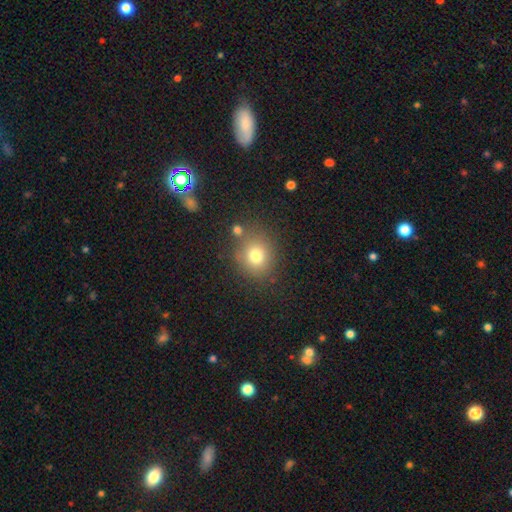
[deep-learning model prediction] smooth 75%, star or artifact 14%, featured or disk 10%. Down the decision tree: how rounded — round (78%); merging — none (75%).